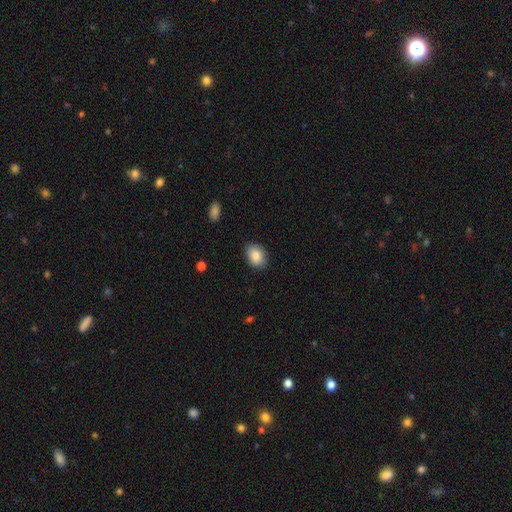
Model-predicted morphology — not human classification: smooth_or_featured: smooth (p=0.86) [alt: star or artifact p=0.07]
how_rounded: in between (p=0.74) [alt: round p=0.25]
merging: none (p=0.82) [alt: minor disturbance p=0.14]